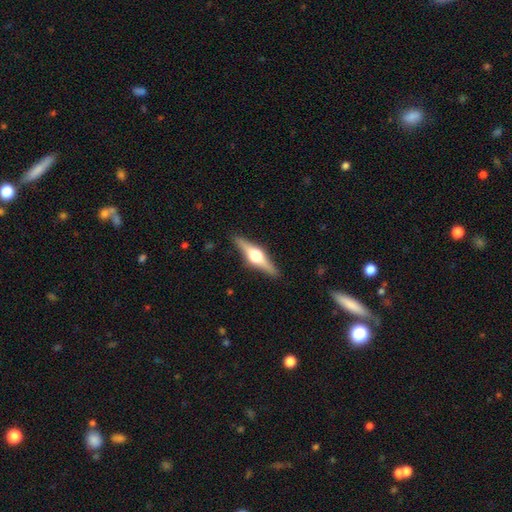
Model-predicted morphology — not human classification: Overall: featured or disk (78%). Edge-on disk: yes (98%). Edge-on bulge: rounded (96%). Merging: none (90%).